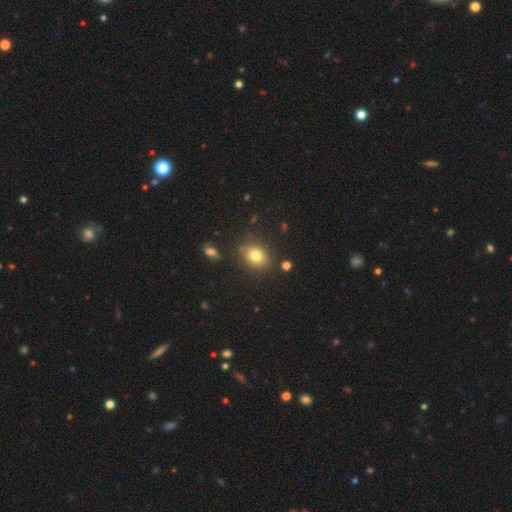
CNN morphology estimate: Smooth or featured: smooth — 78% (star or artifact — 12%)
How rounded: in between — 57% (round — 41%)
Merging: none — 79% (minor disturbance — 14%)